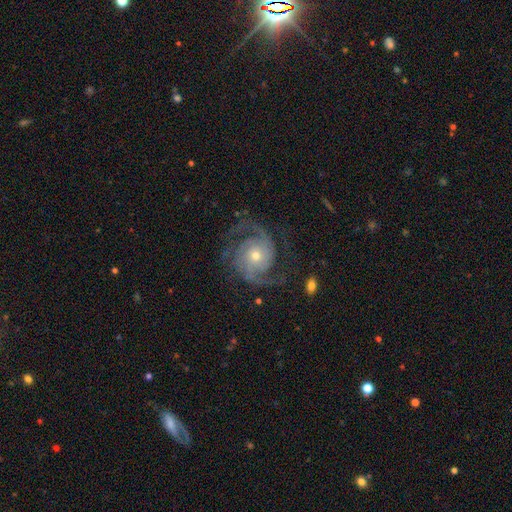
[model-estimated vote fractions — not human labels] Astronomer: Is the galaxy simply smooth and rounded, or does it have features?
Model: featured or disk — 91%.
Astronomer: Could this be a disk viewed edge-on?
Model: no — 98%.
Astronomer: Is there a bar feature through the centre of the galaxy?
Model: no — 73%.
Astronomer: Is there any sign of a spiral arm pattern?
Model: yes — 98%.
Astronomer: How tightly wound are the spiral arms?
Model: medium — 49% (runner-up: tight, 38%).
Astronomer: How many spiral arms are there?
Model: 2 — 82%.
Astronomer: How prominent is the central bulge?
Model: small — 51% (runner-up: moderate, 44%).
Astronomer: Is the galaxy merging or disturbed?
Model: none — 76%.